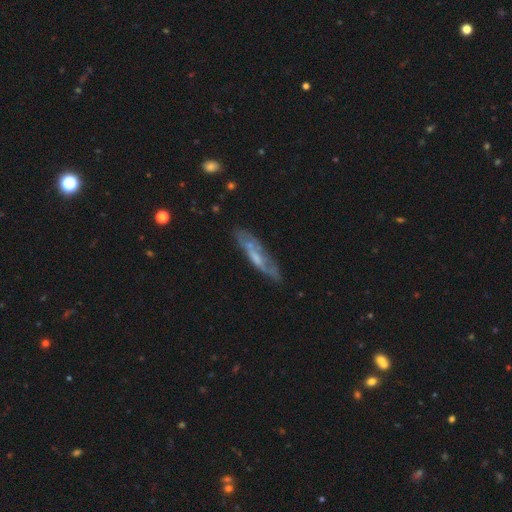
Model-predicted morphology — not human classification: The model was most divided on "edge-on disk": no: 51%, yes: 49%. More confident: merging — none (68%); smooth or featured — featured or disk (57%).